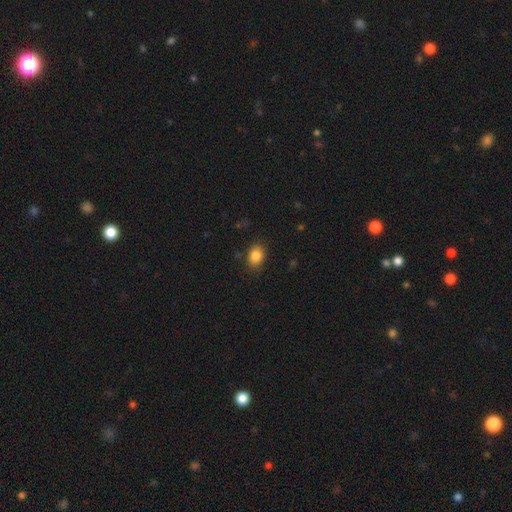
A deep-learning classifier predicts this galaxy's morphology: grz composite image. It shows a smooth galaxy with no disk features (85%) that is in between round and cigar-shaped (69%). Merging: none (84%).